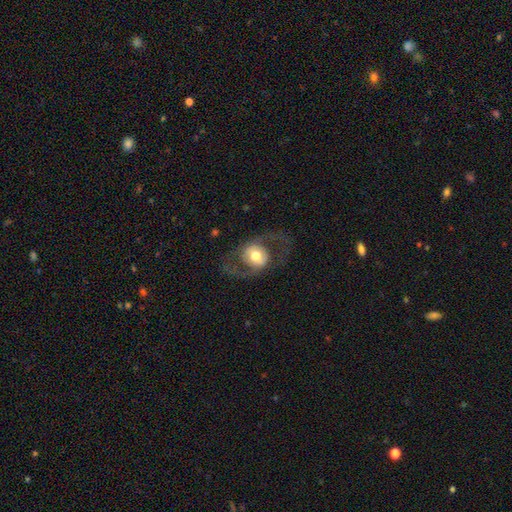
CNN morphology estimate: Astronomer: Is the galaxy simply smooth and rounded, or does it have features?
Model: featured or disk — 65%.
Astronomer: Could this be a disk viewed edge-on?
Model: no — 94%.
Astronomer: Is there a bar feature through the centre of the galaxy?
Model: no — 66%.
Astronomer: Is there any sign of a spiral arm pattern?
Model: yes — 63%.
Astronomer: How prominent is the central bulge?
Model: moderate — 57%.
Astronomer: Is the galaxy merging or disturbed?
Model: none — 68%.